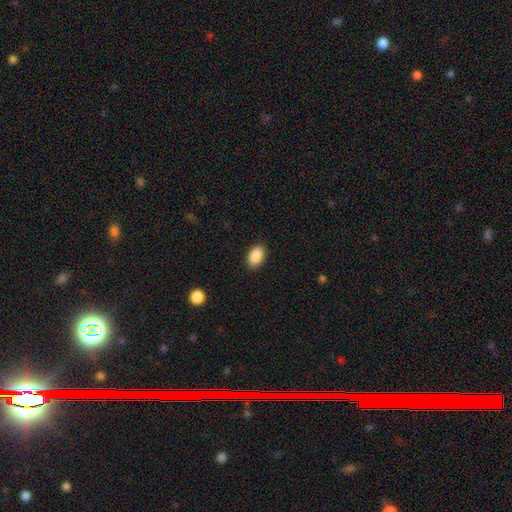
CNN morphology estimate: type=smooth (90%); roundness=in between (91%); merging=none (89%).